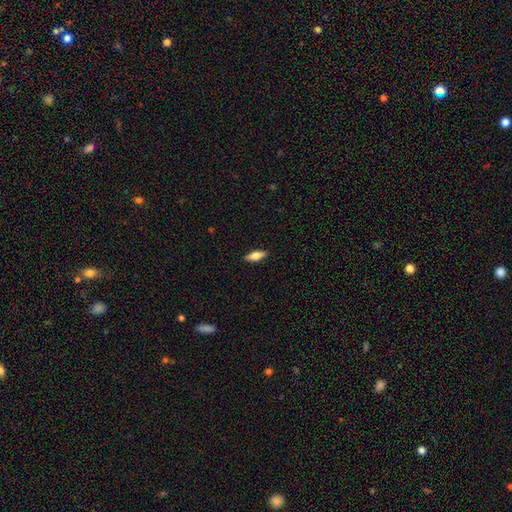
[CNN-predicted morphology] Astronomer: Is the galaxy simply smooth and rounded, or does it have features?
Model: smooth — 68%.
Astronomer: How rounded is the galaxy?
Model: in between — 67%.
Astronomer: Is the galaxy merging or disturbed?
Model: none — 89%.